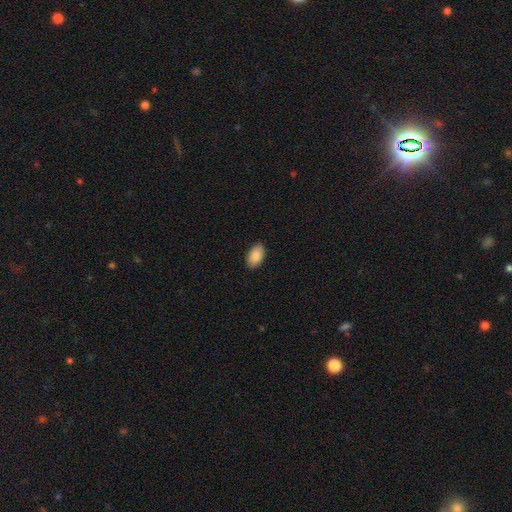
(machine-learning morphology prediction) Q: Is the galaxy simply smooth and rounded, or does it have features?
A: smooth — 88%.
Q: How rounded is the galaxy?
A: in between — 94%.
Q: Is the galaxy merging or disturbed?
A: none — 89%.